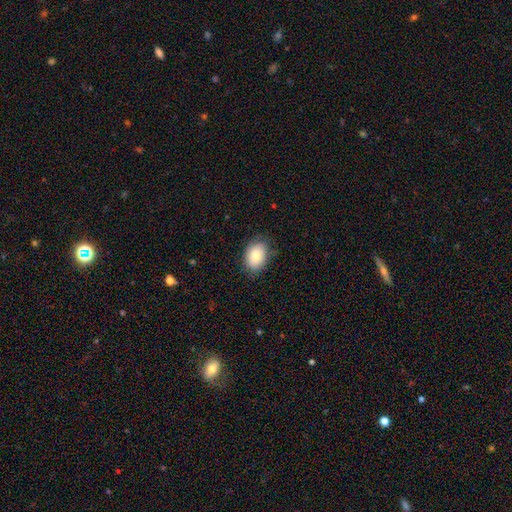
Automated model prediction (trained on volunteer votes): A smooth galaxy with no disk features (79%) that is in between round and cigar-shaped (79%). Merging: none (78%).